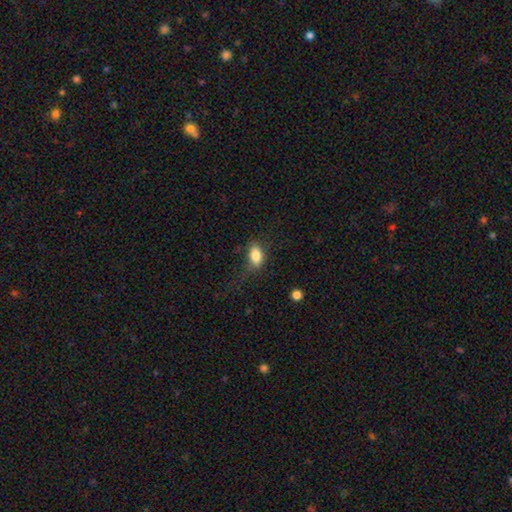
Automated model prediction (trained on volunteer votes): Smooth or featured? Predicted: smooth (p=0.83). How rounded? Predicted: in between (p=0.87). Merging? Predicted: none (p=0.60).